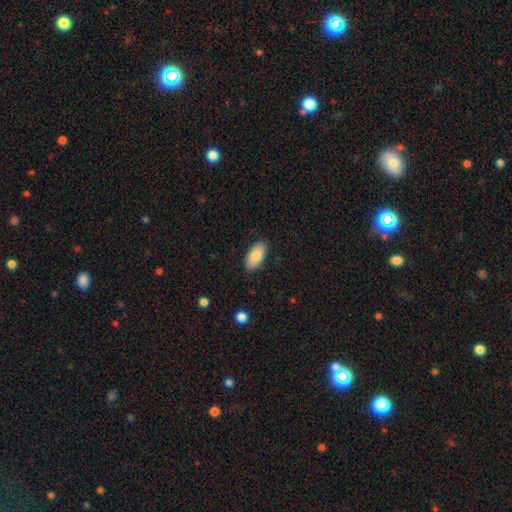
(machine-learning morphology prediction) smooth 85%, featured or disk 9%, star or artifact 6%. Down the decision tree: how rounded — in between (93%); merging — none (87%).